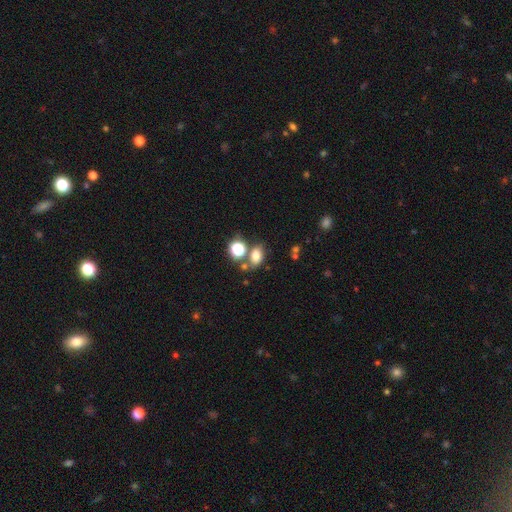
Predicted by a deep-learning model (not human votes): This is likely a smooth galaxy (75%). How rounded: likely in between (71%). Merging: likely none (61%).